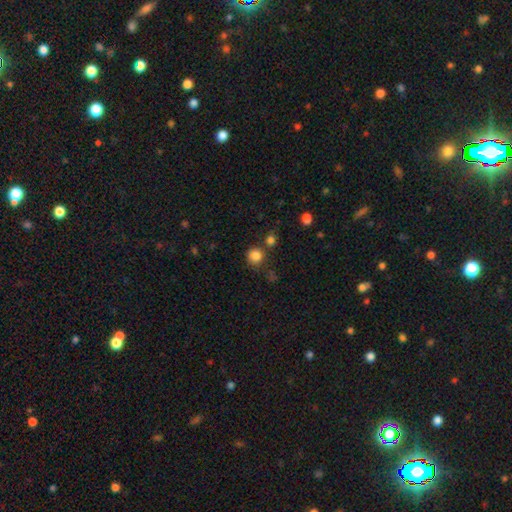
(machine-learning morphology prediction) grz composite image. It shows a smooth galaxy with no disk features (84%) that is round (91%). Merging: none (75%).